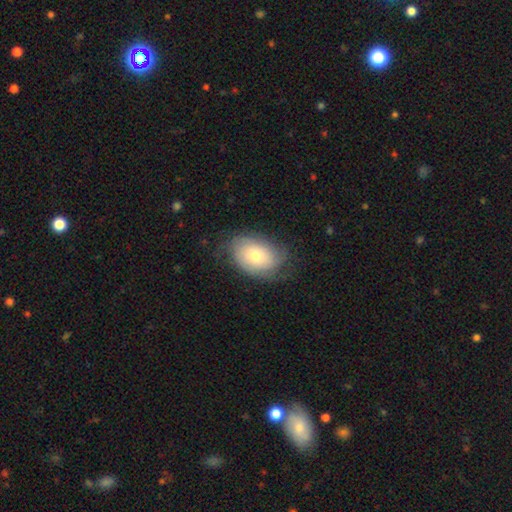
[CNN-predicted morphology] Smooth or featured? Predicted: smooth (p=0.54). How rounded? Predicted: in between (p=0.81). Merging? Predicted: none (p=0.65).